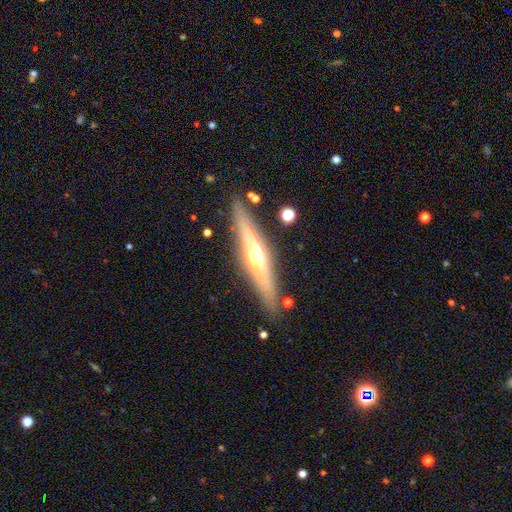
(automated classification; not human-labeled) The model was most divided on "smooth or featured": featured or disk: 62%, smooth: 32%, star or artifact: 6%. More confident: edge-on disk — yes (90%); merging — none (84%); edge-on bulge — rounded (84%).